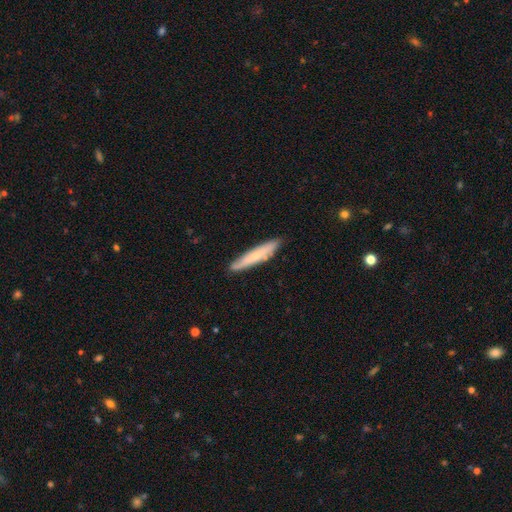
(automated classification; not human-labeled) The model was most divided on "smooth or featured": smooth: 58%, featured or disk: 36%, star or artifact: 6%. More confident: how rounded — cigar-shaped (90%); merging — none (86%).